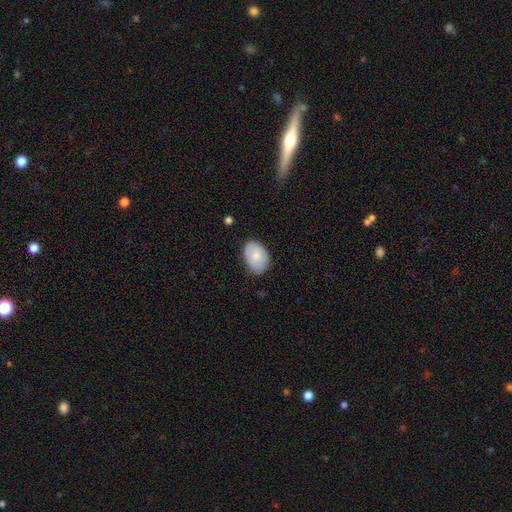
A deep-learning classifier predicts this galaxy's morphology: The model was most divided on "smooth or featured": smooth: 74%, featured or disk: 20%, star or artifact: 7%. More confident: how rounded — in between (82%); merging — none (77%).